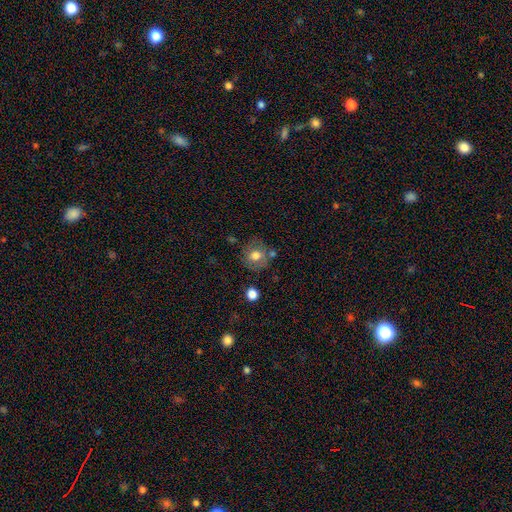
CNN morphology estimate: This appears to be a smooth galaxy with no disk features (70%) that is round (85%). Merging: none (71%).